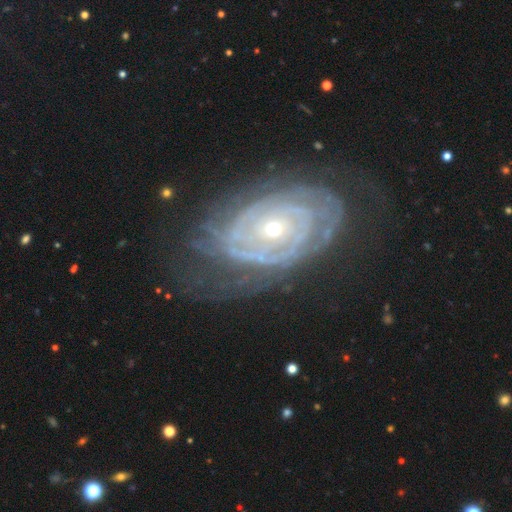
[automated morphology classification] Overall: featured or disk (88%). Edge-on disk: no (95%). Bar: no (77%). Spiral arms: yes (93%). Spiral arm count: can't tell (38%; 2 23%). Spiral winding: tight (81%). Bulge size: small (65%; moderate 31%). Merging: none (64%).